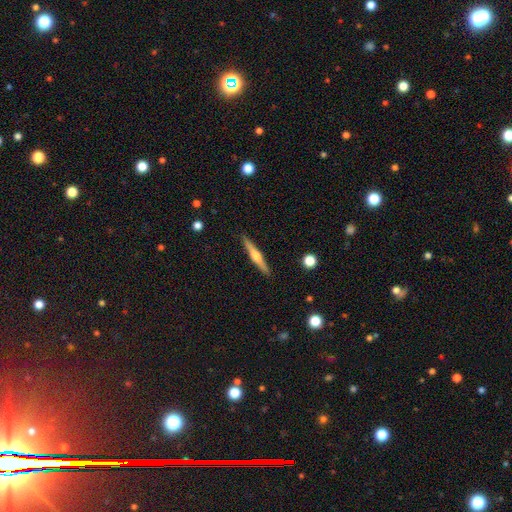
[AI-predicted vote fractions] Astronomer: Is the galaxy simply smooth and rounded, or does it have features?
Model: featured or disk — 66%.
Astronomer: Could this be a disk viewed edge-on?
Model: yes — 98%.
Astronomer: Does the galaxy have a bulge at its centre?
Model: rounded — 89%.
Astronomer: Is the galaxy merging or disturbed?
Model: none — 91%.